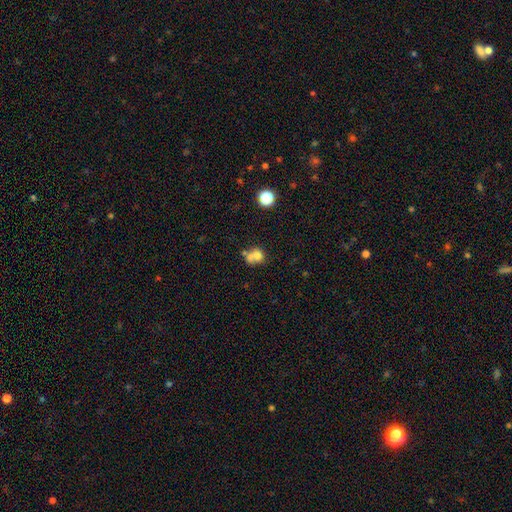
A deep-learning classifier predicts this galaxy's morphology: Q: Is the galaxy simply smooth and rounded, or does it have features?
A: smooth — 67%.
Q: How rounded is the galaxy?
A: round — 70%.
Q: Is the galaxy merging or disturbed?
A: merger — 55%.